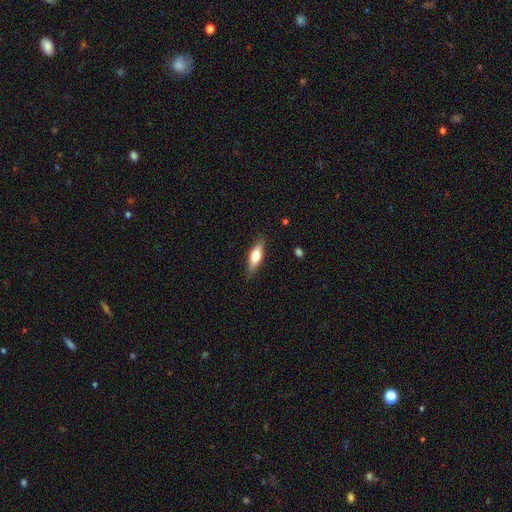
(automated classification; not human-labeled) Smooth or featured?
  - smooth: 56% *
  - featured or disk: 38%
  - star or artifact: 7%
How rounded?
  - in between: 53% *
  - cigar-shaped: 44%
  - round: 3%
Merging?
  - none: 84% *
  - minor disturbance: 13%
  - major disturbance: 3%
  - merger: 1%